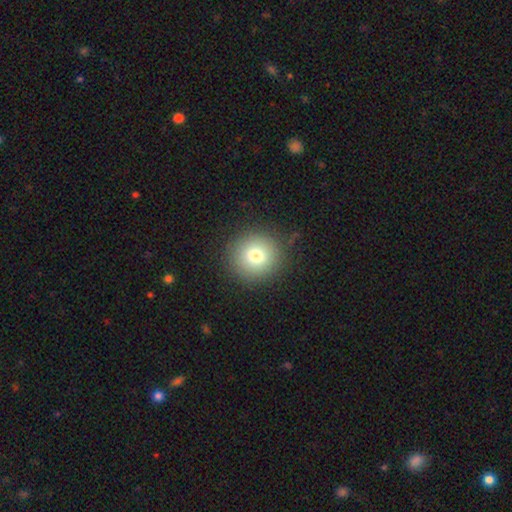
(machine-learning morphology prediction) Q: Smooth or featured?
A: smooth (78%); runner-up: star or artifact (12%)
Q: How rounded?
A: round (93%); runner-up: in between (6%)
Q: Merging?
A: none (89%); runner-up: minor disturbance (7%)